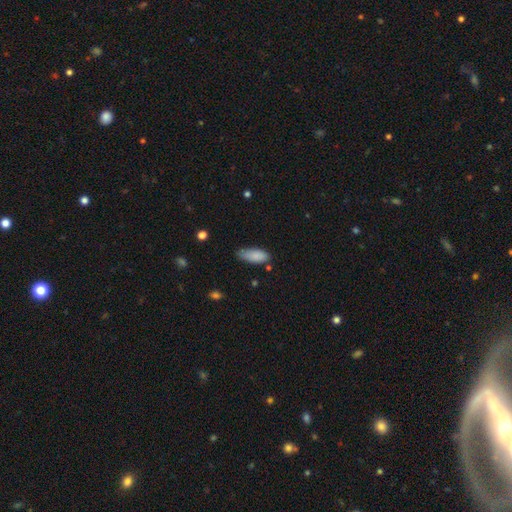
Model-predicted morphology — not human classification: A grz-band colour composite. It shows a smooth galaxy with no disk features (86%) that is in between round and cigar-shaped (77%). Merging: none (64%).